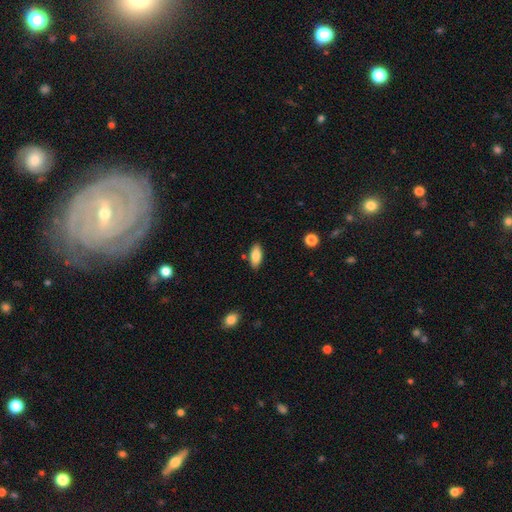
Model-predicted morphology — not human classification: This appears to be a smooth galaxy with no disk features (85%) that is in between round and cigar-shaped (85%). Merging: none (84%).